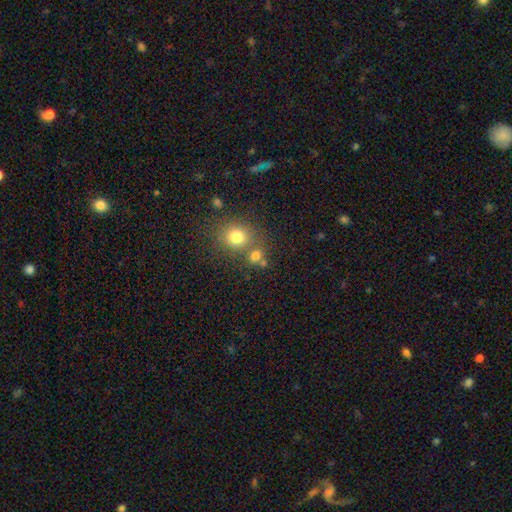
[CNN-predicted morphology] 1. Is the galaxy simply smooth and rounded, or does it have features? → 73% smooth, 18% star or artifact, 9% featured or disk.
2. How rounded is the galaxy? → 78% round, 21% in between, 1% cigar-shaped.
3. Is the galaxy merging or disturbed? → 57% none, 31% merger, 8% minor disturbance, 4% major disturbance.